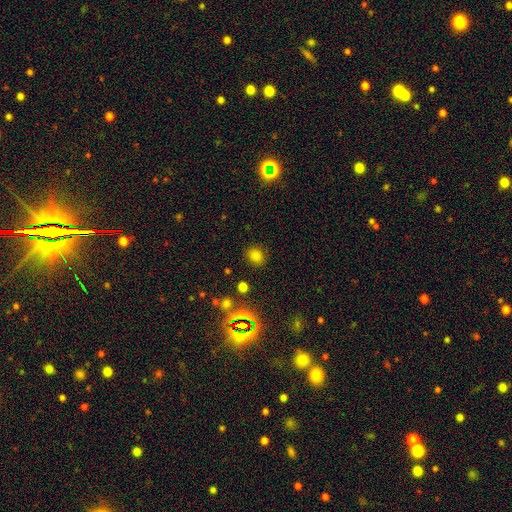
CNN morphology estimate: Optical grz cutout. It shows a smooth galaxy with no disk features (75%) that is round (67%). Merging: none (85%).